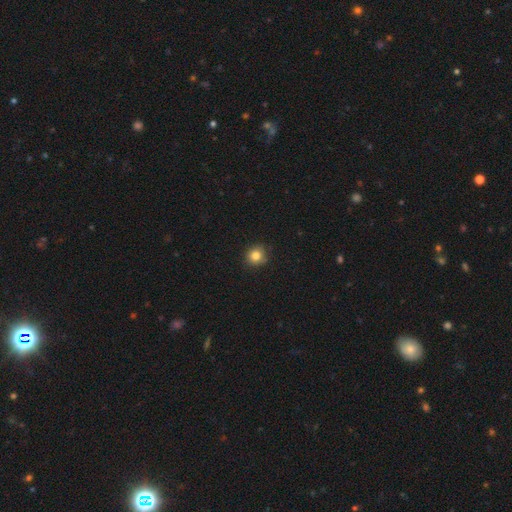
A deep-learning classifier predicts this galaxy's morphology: Smooth or featured? smooth (83%)
How rounded? round (91%)
Merging? none (89%)